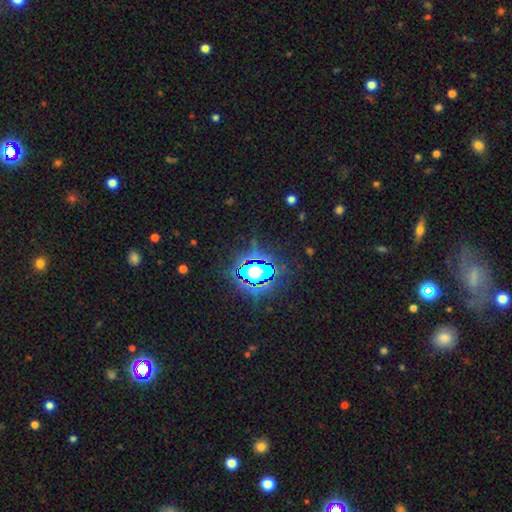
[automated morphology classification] The model was most divided on "smooth or featured": star or artifact: 81%, smooth: 12%, featured or disk: 7%.